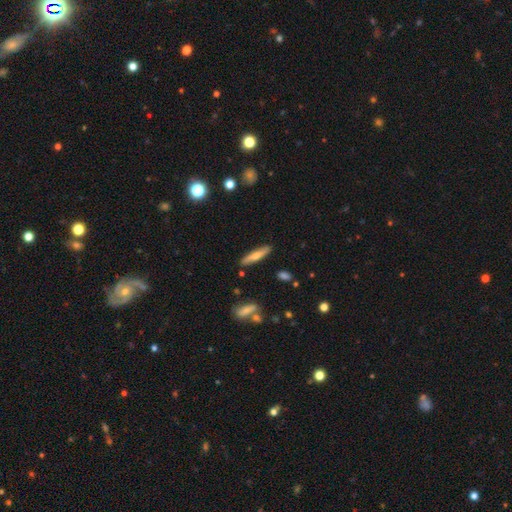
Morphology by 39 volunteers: Q: Smooth or featured?
A: featured or disk (46%); runner-up: smooth (44%)
Q: Edge-on disk?
A: yes (72%); runner-up: no (28%)
Q: Edge-on bulge?
A: rounded (92%); runner-up: none (8%)
Q: Merging?
A: none (89%); runner-up: minor disturbance (9%)